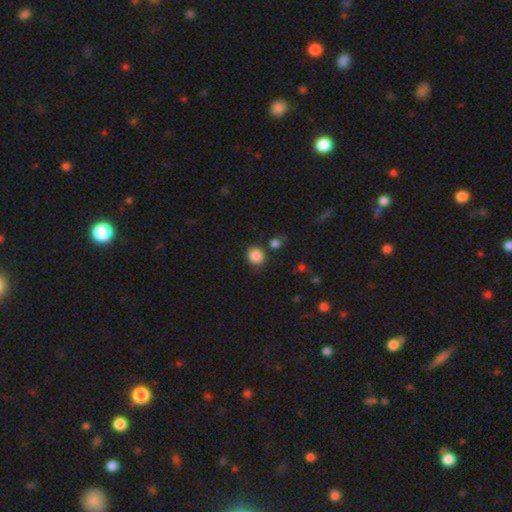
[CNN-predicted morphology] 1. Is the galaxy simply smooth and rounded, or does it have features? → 87% smooth, 10% star or artifact, 4% featured or disk.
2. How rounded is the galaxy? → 82% round, 17% in between, 1% cigar-shaped.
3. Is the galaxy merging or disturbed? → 79% none, 11% minor disturbance, 6% merger, 3% major disturbance.